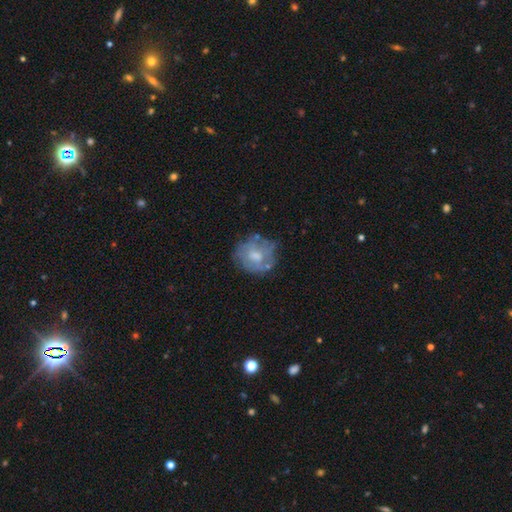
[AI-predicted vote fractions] Smooth or featured?
  - featured or disk: 46% * (tied)
  - smooth: 46% * (tied)
  - star or artifact: 8%
Merging?
  - none: 57% *
  - minor disturbance: 25%
  - major disturbance: 13%
  - merger: 5%